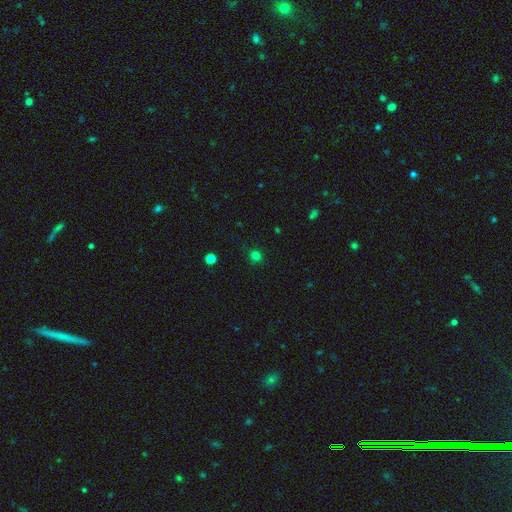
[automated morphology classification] Overall: smooth (77%). How rounded: round (89%). Merging: none (88%).